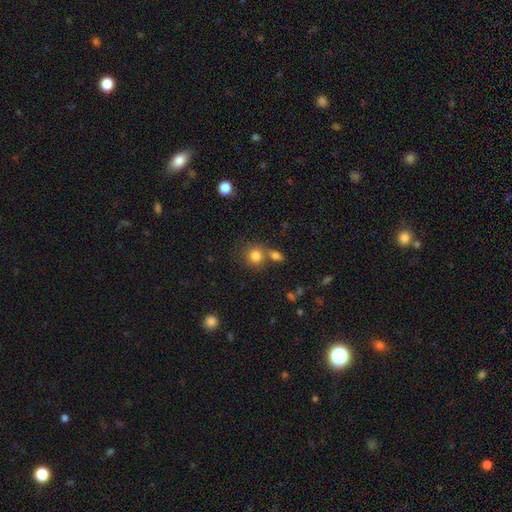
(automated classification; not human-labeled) This appears to be a smooth galaxy with no disk features (81%) that is round (82%). Merging: none (56%).